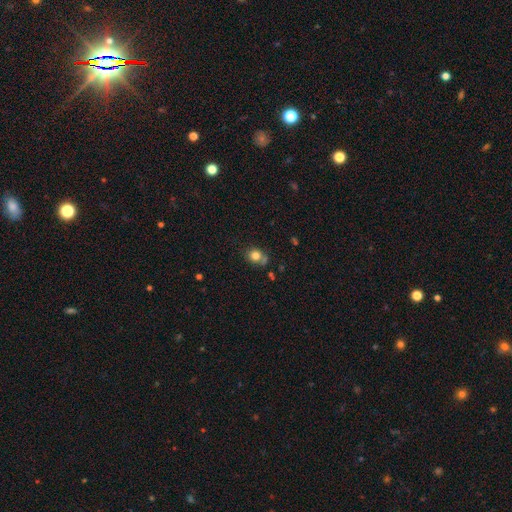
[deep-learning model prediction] A smooth galaxy with no disk features (79%) that is round (75%). Merging: none (64%).